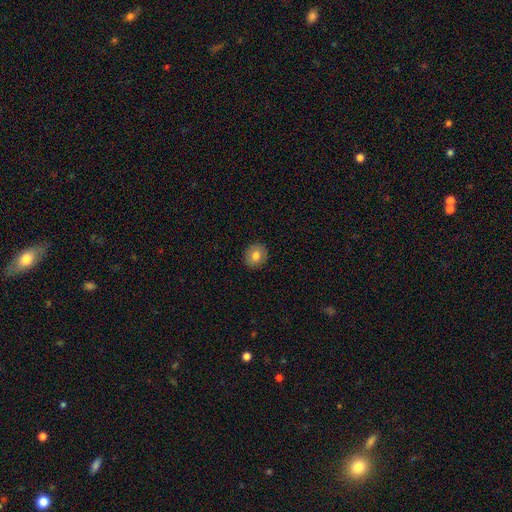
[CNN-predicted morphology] smooth 78%, featured or disk 13%, star or artifact 9%. Down the decision tree: how rounded — round (82%); merging — none (90%).